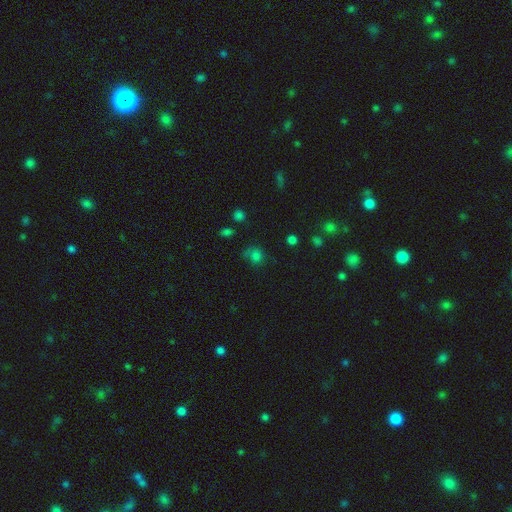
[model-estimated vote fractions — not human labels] A smooth galaxy with no disk features (71%) that is round (75%).

Vote fractions:
- Smooth or featured? smooth: 71% / star or artifact: 21% / featured or disk: 8%
- How rounded? round: 75% / in between: 24% / cigar-shaped: 1%
- Merging? none: 56% / minor disturbance: 23% / major disturbance: 14% / merger: 6%